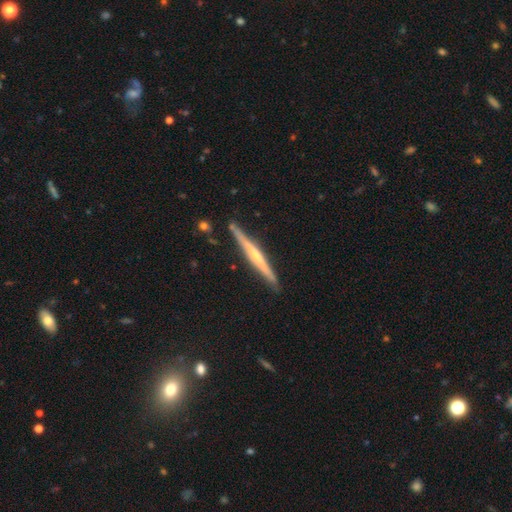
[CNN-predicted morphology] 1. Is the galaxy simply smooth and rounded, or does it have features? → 71% featured or disk, 24% smooth, 5% star or artifact.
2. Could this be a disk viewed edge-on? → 98% yes, 2% no.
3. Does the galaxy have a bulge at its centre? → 56% rounded, 36% none, 8% boxy.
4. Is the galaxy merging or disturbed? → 87% none, 9% minor disturbance, 2% merger, 2% major disturbance.